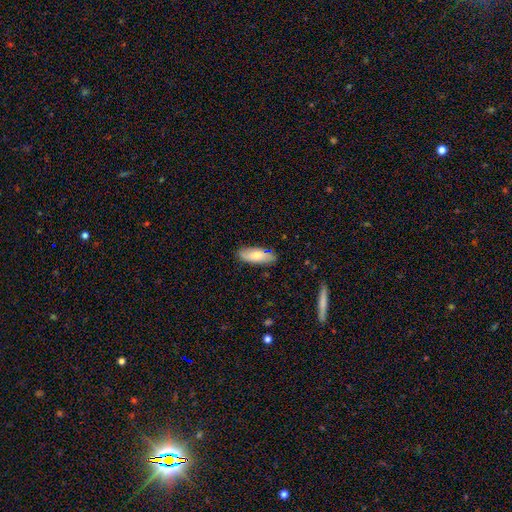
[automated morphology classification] smooth 70%, featured or disk 24%, star or artifact 7%. Down the decision tree: how rounded — in between (74%); merging — none (81%).